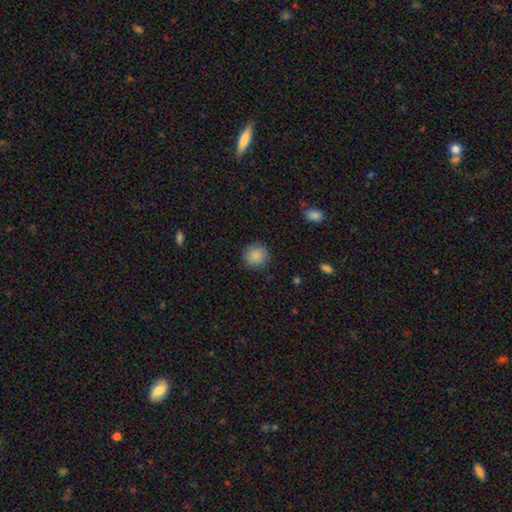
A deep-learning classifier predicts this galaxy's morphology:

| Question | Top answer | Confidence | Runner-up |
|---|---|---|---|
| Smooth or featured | smooth | 88% | star or artifact (8%) |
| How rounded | round | 89% | in between (10%) |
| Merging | none | 87% | minor disturbance (9%) |